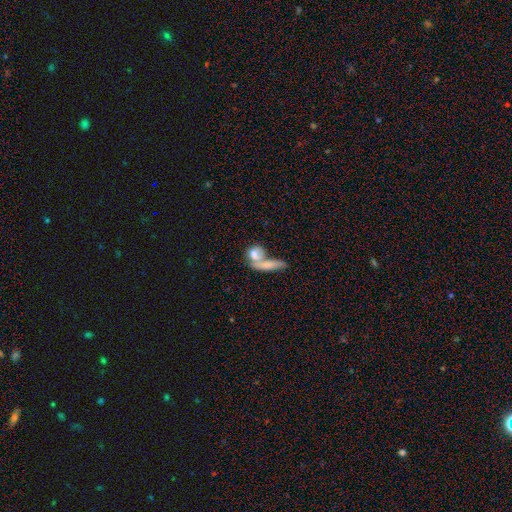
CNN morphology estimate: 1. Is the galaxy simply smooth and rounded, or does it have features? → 68% smooth, 23% featured or disk, 9% star or artifact.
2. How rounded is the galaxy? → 40% in between, 39% round, 21% cigar-shaped.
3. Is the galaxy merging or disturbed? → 50% merger, 32% none, 9% minor disturbance, 8% major disturbance.